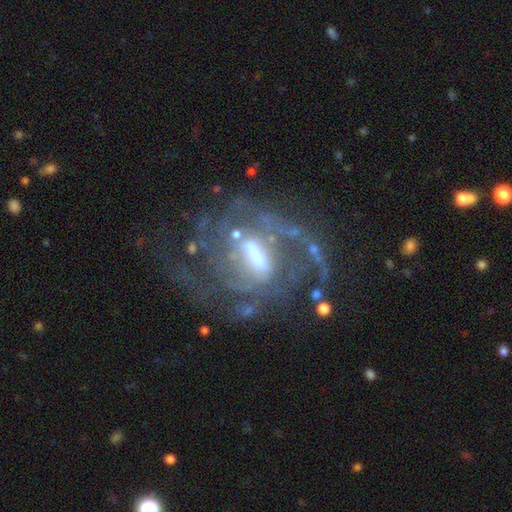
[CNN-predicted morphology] smooth-or-featured: featured or disk: 83% | star or artifact: 9% | smooth: 8%
  disk-edge-on: no: 94% | yes: 6%
    bar: strong: 55% | weak: 32% | no: 13%
    has-spiral-arms: yes: 83% | no: 17%
      spiral-winding: medium: 40% | tight: 30% | loose: 29%
      spiral-arm-count: 2: 36% | can't tell: 31% | 3: 12% | 1: 9% | 4: 6% | more than 4: 5%
    bulge-size: moderate: 46% | small: 22% | large: 19% | none: 10% | dominant: 3%
  merging: none: 44% | major disturbance: 34% | minor disturbance: 16% | merger: 6%